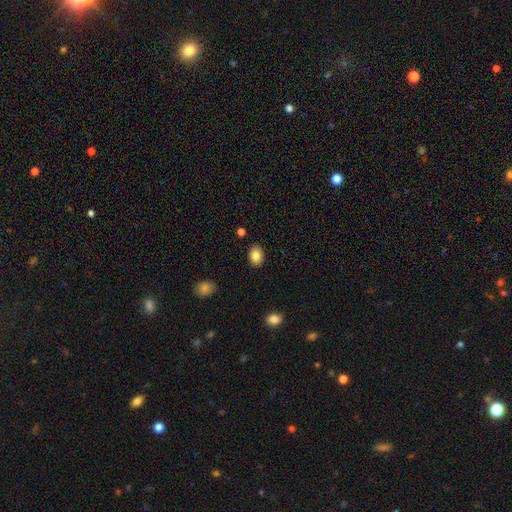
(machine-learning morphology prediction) Smooth or featured? Predicted: smooth (p=0.84). How rounded? Predicted: in between (p=0.77). Merging? Predicted: none (p=0.88).